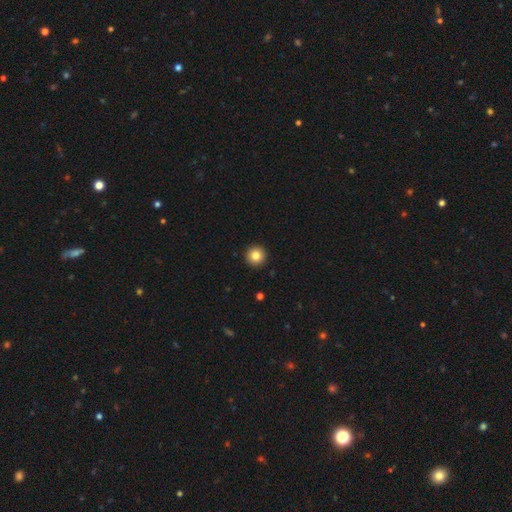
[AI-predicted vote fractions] A smooth galaxy with no disk features (82%) that is round (96%). Merging: none (94%).